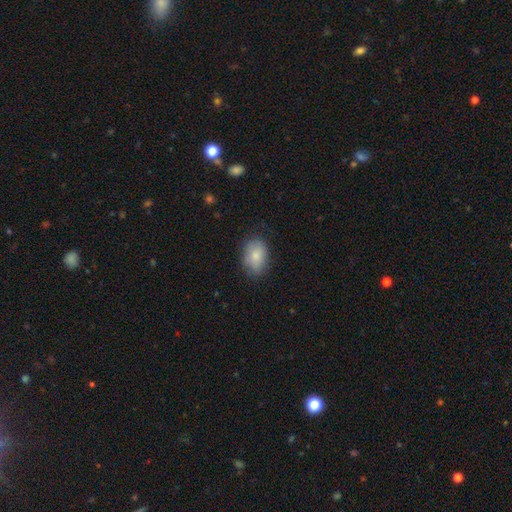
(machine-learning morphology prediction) Overall: smooth (82%). How rounded: in between (81%). Merging: none (71%).